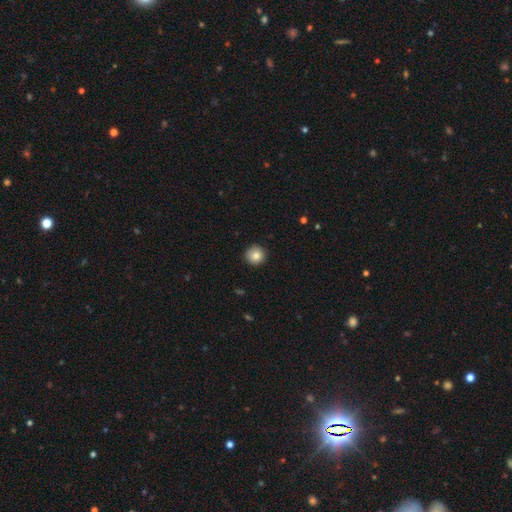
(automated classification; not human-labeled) Morphology: type=smooth (84%); roundness=round (94%); merging=none (90%).